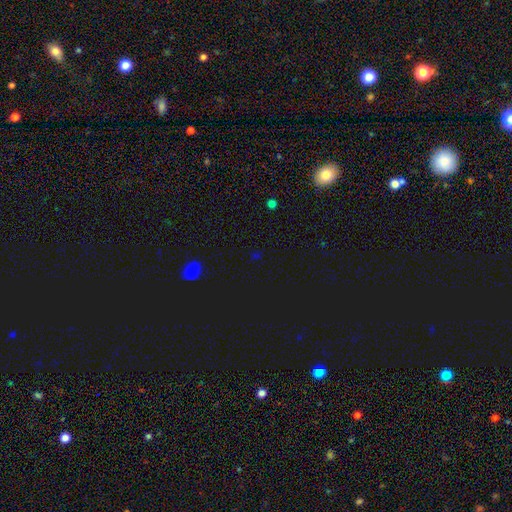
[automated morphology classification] smooth_or_featured: star or artifact (p=0.68) [alt: smooth p=0.26]